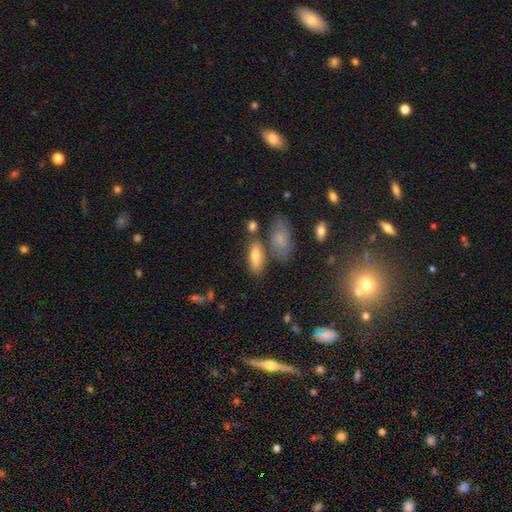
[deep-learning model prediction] Morphology: type=smooth (75%); roundness=in between (81%); merging=none (62%).